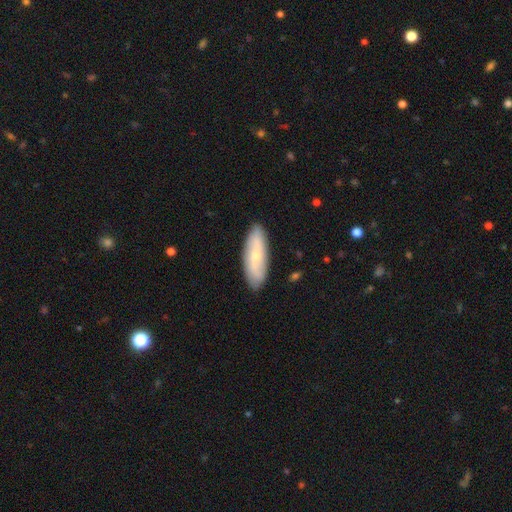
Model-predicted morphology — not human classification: Q: Smooth or featured?
A: smooth (52%); runner-up: featured or disk (42%)
Q: How rounded?
A: in between (60%); runner-up: cigar-shaped (38%)
Q: Merging?
A: none (87%); runner-up: minor disturbance (10%)